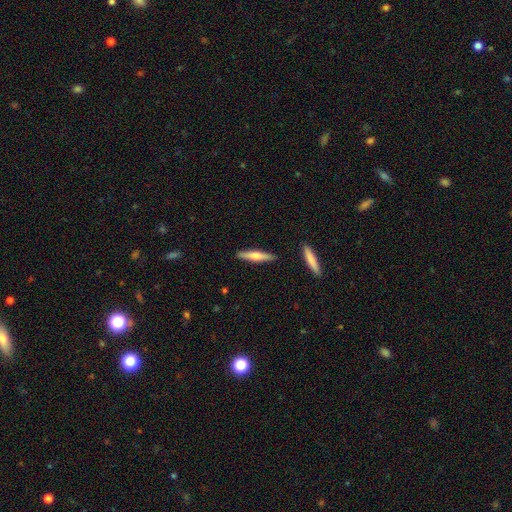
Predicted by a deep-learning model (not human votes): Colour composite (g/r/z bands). It shows a smooth galaxy with no disk features (56%) that is cigar-shaped (87%). Merging: none (89%).